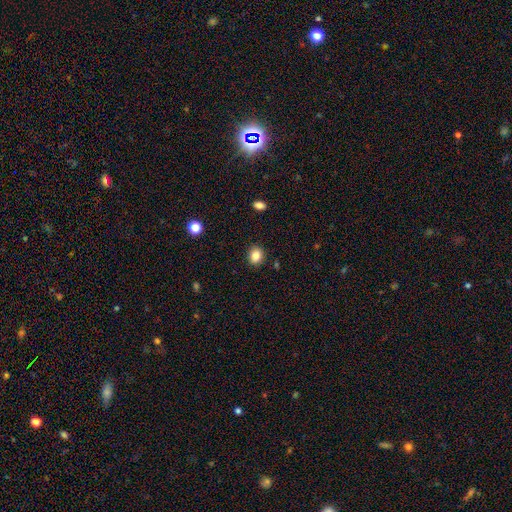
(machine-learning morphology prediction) Smooth or featured? Predicted: smooth (p=0.85). How rounded? Predicted: round (p=0.62). Merging? Predicted: none (p=0.90).